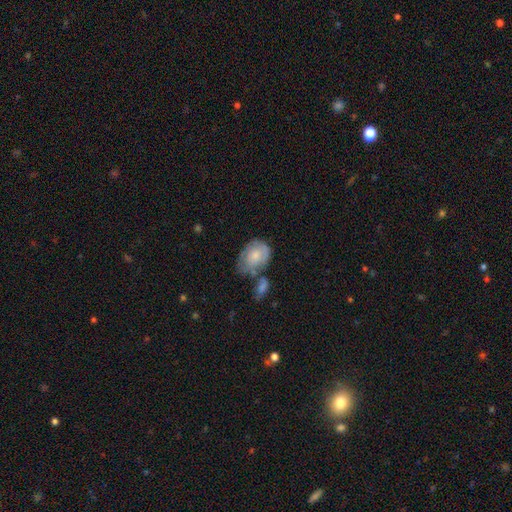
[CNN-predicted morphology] smooth_or_featured: smooth (p=0.61) [alt: featured or disk p=0.33]
how_rounded: in between (p=0.69) [alt: round p=0.30]
merging: none (p=0.37) [alt: minor disturbance p=0.29]